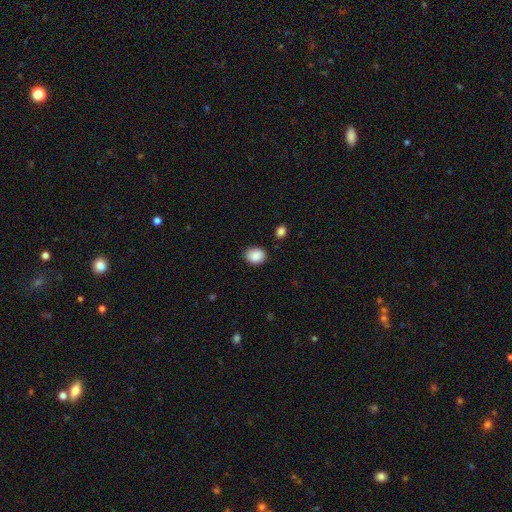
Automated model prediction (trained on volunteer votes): smooth_or_featured: smooth (p=0.89) [alt: star or artifact p=0.08]
how_rounded: round (p=0.51) [alt: in between p=0.48]
merging: none (p=0.82) [alt: minor disturbance p=0.13]